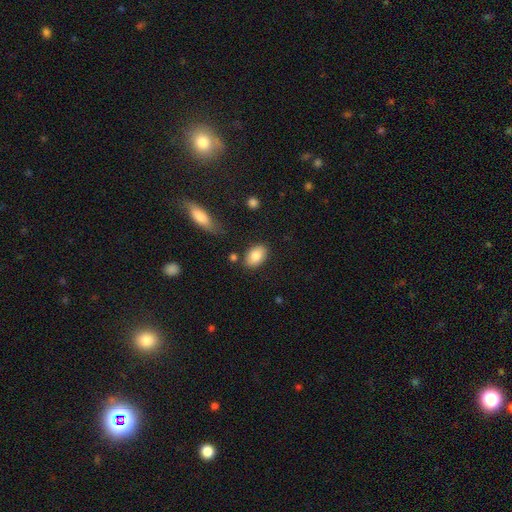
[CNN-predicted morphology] Smooth or featured? smooth (83%)
How rounded? in between (90%)
Merging? none (82%)